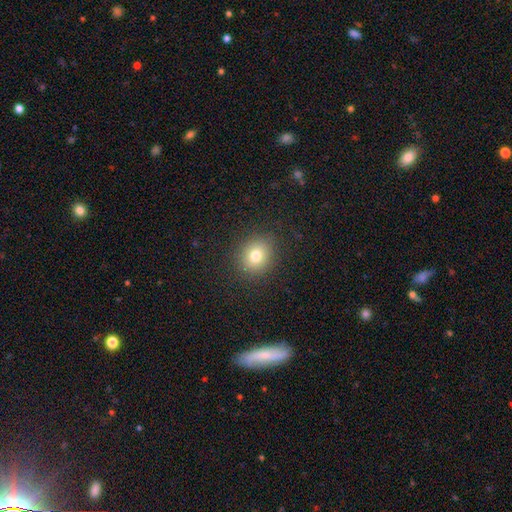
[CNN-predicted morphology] Q: Smooth or featured?
A: smooth (77%); runner-up: star or artifact (13%)
Q: How rounded?
A: round (77%); runner-up: in between (22%)
Q: Merging?
A: none (88%); runner-up: minor disturbance (7%)